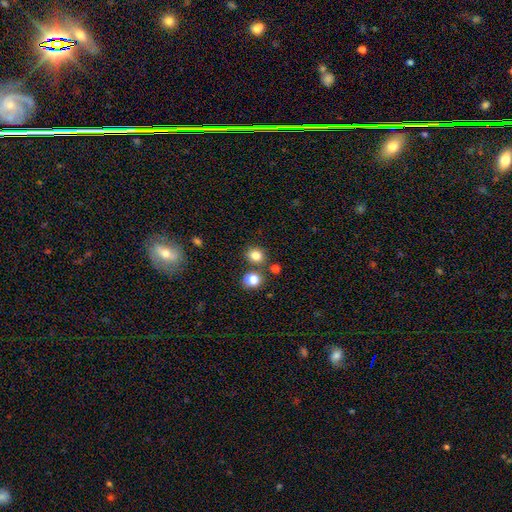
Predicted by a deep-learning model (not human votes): Overall: smooth (81%). How rounded: round (71%). Merging: none (72%).